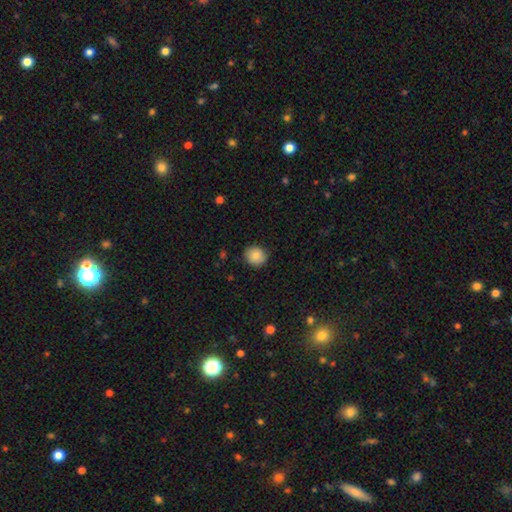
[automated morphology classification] type=smooth (83%); roundness=round (83%); merging=none (86%).